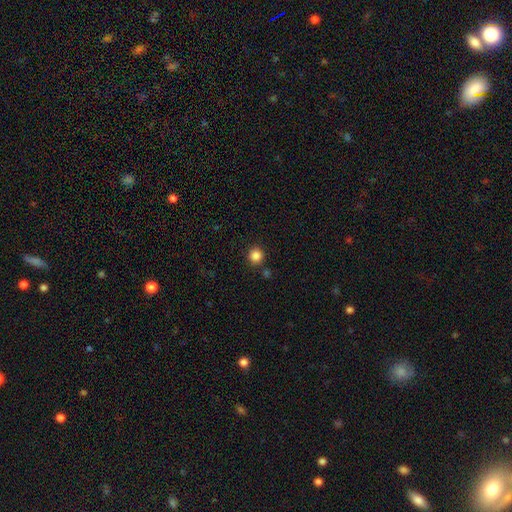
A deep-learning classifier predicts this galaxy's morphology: smooth_or_featured: smooth (p=0.85) [alt: star or artifact p=0.12]
how_rounded: round (p=0.94) [alt: in between p=0.06]
merging: none (p=0.87) [alt: minor disturbance p=0.07]